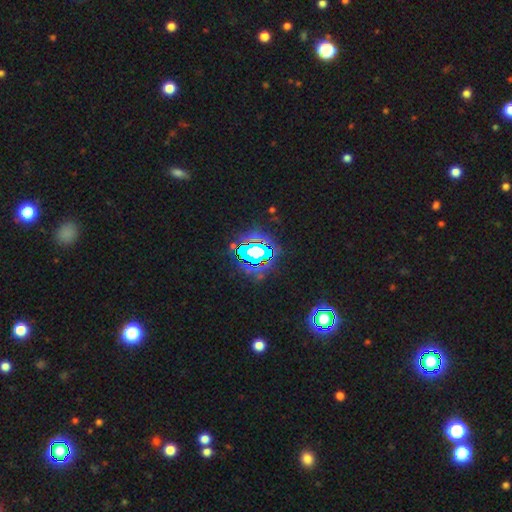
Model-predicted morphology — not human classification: Overall: star or artifact (68%).